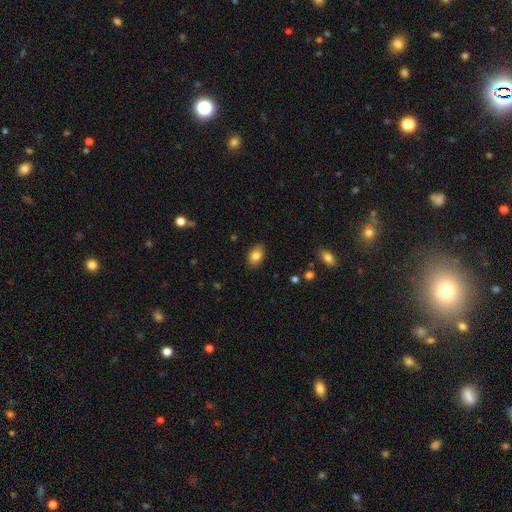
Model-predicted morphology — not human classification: A smooth galaxy with no disk features (83%) that is in between round and cigar-shaped (84%). Merging: none (86%).